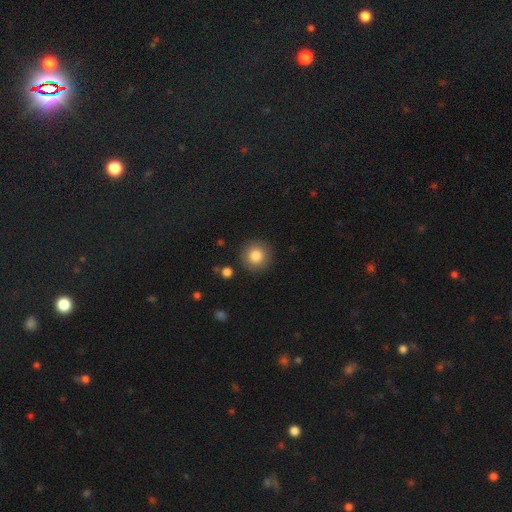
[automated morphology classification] type=smooth (83%); roundness=round (95%); merging=none (89%).